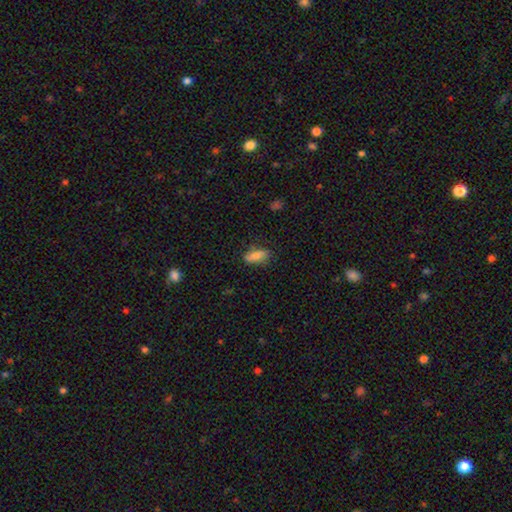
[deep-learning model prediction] A smooth galaxy with no disk features (82%) that is in between round and cigar-shaped (77%). Merging: none (77%).